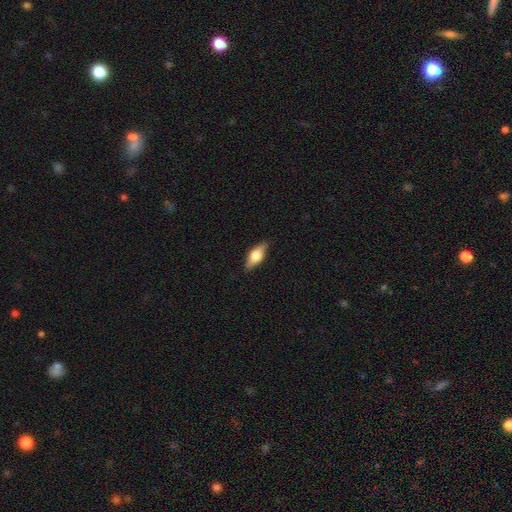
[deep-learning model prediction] smooth-or-featured: smooth: 56% | featured or disk: 37% | star or artifact: 7%
  how-rounded: in between: 74% | cigar-shaped: 22% | round: 4%
  merging: none: 86% | minor disturbance: 11% | major disturbance: 2% | merger: 1%